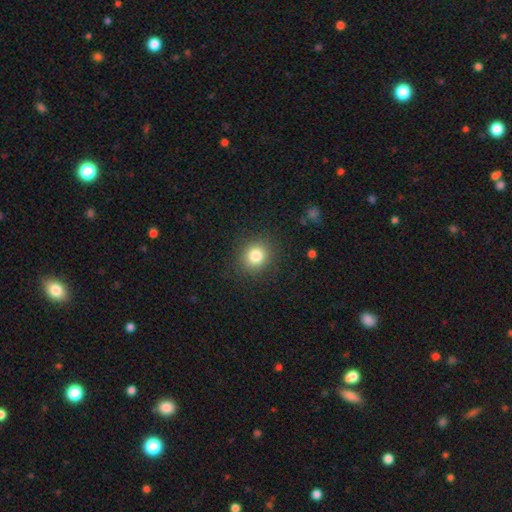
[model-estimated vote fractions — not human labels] This is clearly a smooth galaxy (82%). How rounded: clearly round (82%). Merging: clearly none (88%).